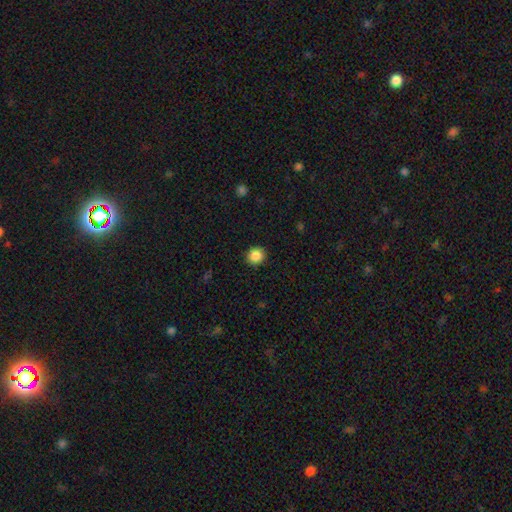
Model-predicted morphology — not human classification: Smooth or featured: smooth — 88% (star or artifact — 10%)
How rounded: round — 90% (in between — 9%)
Merging: none — 91% (minor disturbance — 6%)